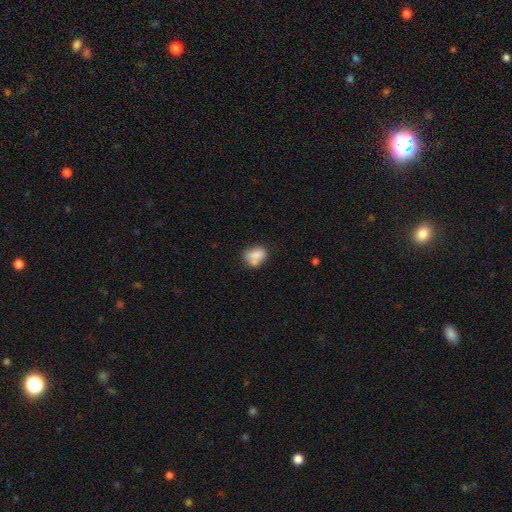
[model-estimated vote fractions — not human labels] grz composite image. It shows a smooth galaxy with no disk features (79%) that is in between round and cigar-shaped (61%). Merging: none (51%).